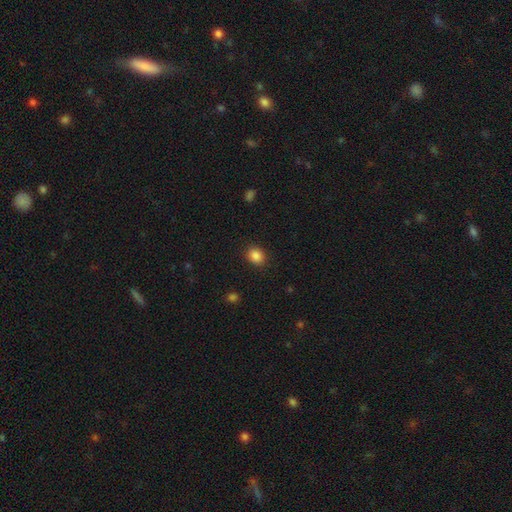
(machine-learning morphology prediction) Smooth or featured? smooth (86%)
How rounded? round (55%)
Merging? none (88%)